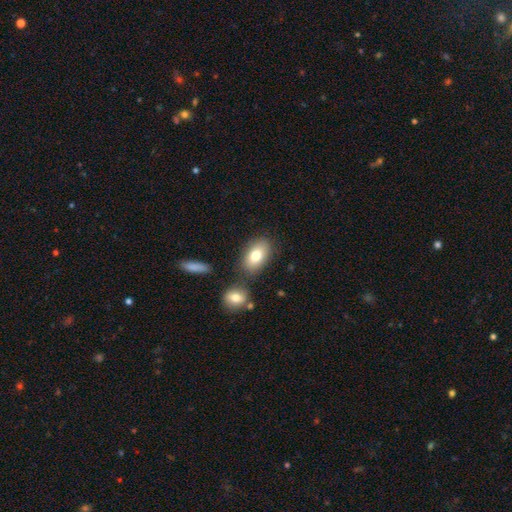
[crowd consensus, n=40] Q: Smooth or featured?
A: smooth (78%); runner-up: star or artifact (12%)
Q: How rounded?
A: in between (87%); runner-up: round (13%)
Q: Merging?
A: none (66%); runner-up: merger (17%)